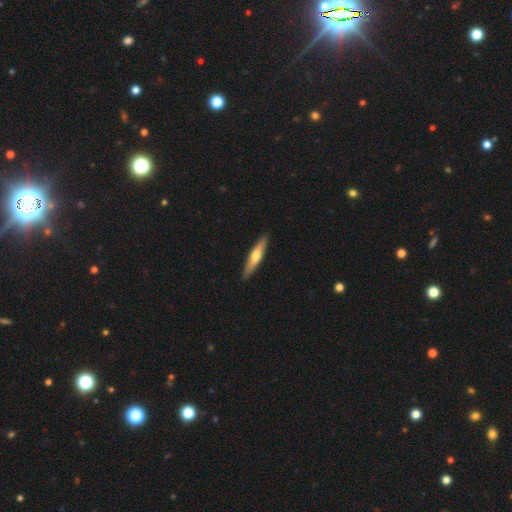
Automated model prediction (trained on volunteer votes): Smooth or featured? smooth (54%)
How rounded? cigar-shaped (85%)
Merging? none (90%)